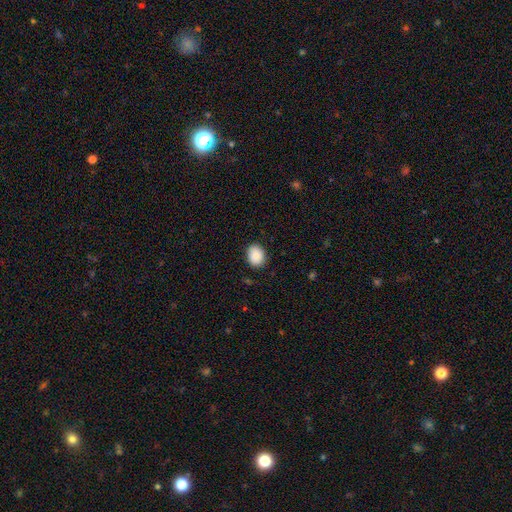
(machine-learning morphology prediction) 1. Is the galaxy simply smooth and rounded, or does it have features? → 89% smooth, 7% star or artifact, 4% featured or disk.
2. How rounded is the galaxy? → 55% in between, 45% round, 1% cigar-shaped.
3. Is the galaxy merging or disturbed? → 87% none, 10% minor disturbance, 2% major disturbance, 1% merger.